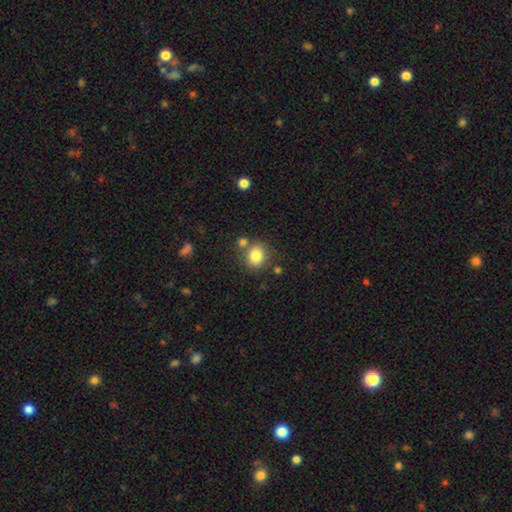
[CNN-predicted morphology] This is clearly a smooth galaxy (82%). How rounded: likely round (70%). Merging: likely none (70%).